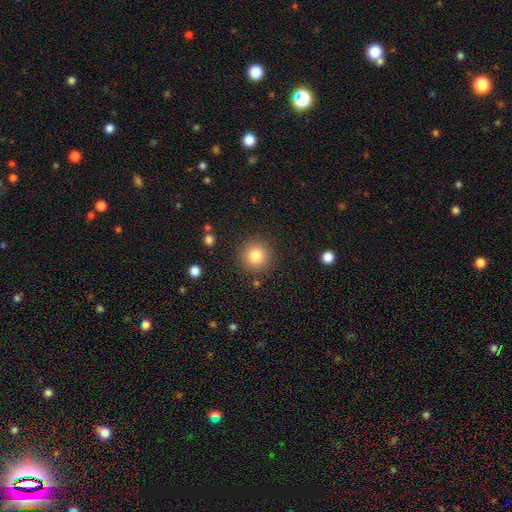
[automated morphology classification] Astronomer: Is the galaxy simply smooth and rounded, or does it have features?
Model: smooth — 83%.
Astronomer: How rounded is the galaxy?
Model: round — 94%.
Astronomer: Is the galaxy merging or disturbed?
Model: none — 89%.